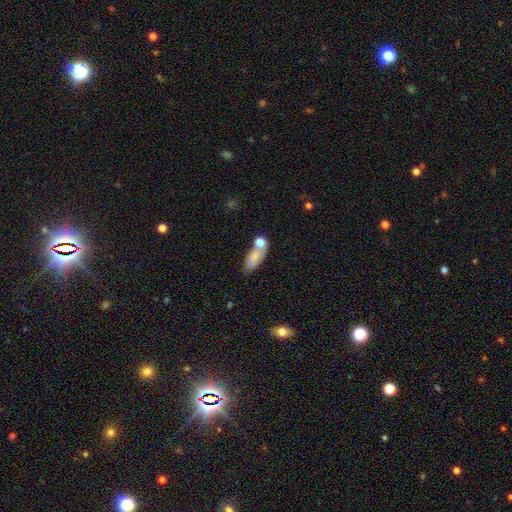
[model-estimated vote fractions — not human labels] Smooth or featured?
  - smooth: 72% *
  - featured or disk: 19%
  - star or artifact: 9%
How rounded?
  - in between: 80% *
  - cigar-shaped: 14%
  - round: 6%
Merging?
  - none: 51% *
  - merger: 21%
  - minor disturbance: 20%
  - major disturbance: 7%